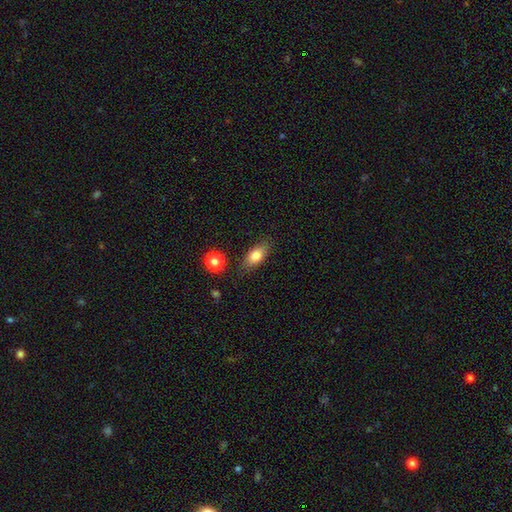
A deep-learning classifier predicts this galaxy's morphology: This appears to be a smooth galaxy with no disk features (79%) that is in between round and cigar-shaped (81%). Merging: none (82%).